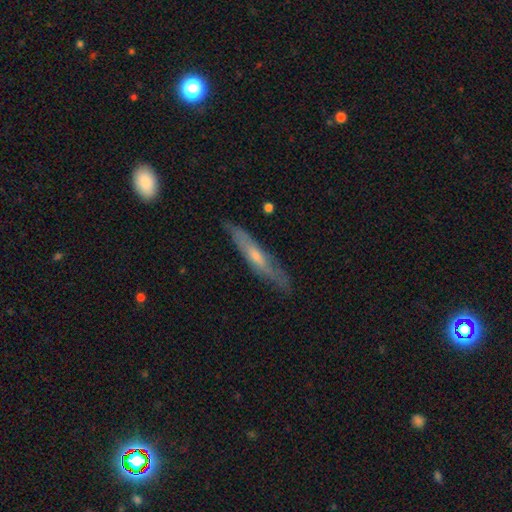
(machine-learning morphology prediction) A featured or disk galaxy (63%) viewed edge-on (85%) with a rounded central bulge (72%).

Vote fractions:
- Smooth or featured? featured or disk: 63% / smooth: 29% / star or artifact: 8%
- Edge-on disk? yes: 85% / no: 15%
- Edge-on bulge? rounded: 72% / none: 23% / boxy: 5%
- Merging? none: 85% / minor disturbance: 12% / major disturbance: 2% / merger: 1%